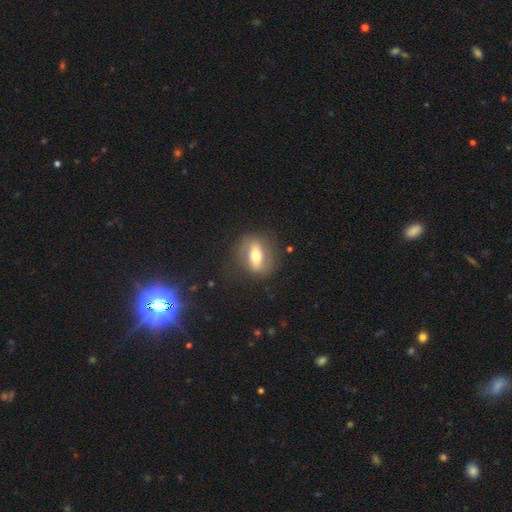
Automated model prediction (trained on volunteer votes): A smooth galaxy with no disk features (50%).

Vote fractions:
- Smooth or featured? smooth: 50% / featured or disk: 42% / star or artifact: 8%
- Merging? none: 77% / minor disturbance: 14% / major disturbance: 7% / merger: 1%